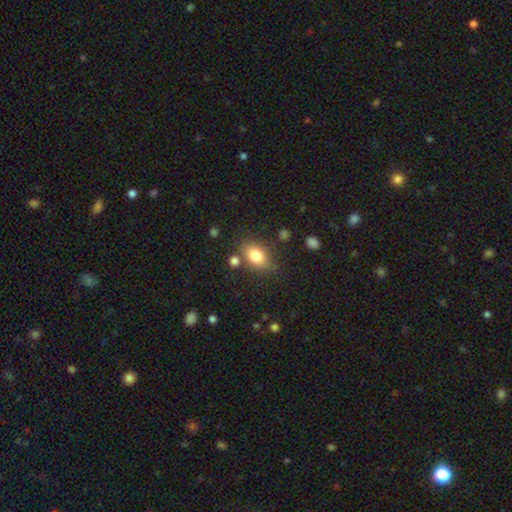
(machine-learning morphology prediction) A smooth galaxy with no disk features (80%) that is in between round and cigar-shaped (77%).

Vote fractions:
- Smooth or featured? smooth: 80% / featured or disk: 11% / star or artifact: 9%
- How rounded? in between: 77% / round: 21% / cigar-shaped: 2%
- Merging? none: 73% / minor disturbance: 15% / merger: 8% / major disturbance: 4%